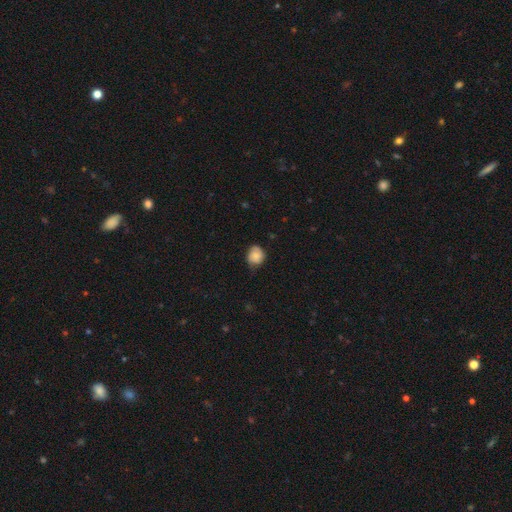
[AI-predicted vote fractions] smooth_or_featured: smooth (p=0.75) [alt: featured or disk p=0.17]
how_rounded: round (p=0.77) [alt: in between p=0.22]
merging: none (p=0.61) [alt: minor disturbance p=0.31]